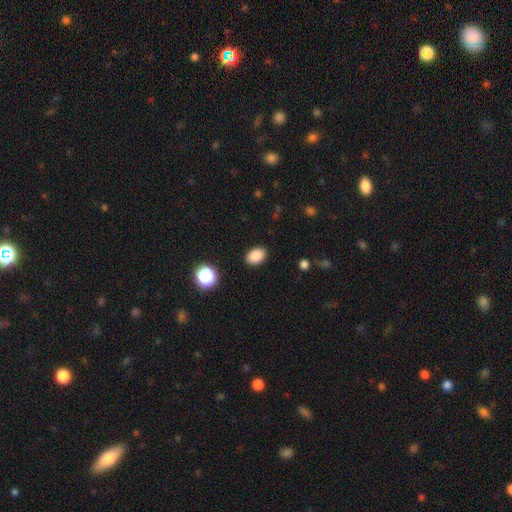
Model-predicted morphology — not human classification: smooth_or_featured: smooth (p=0.86) [alt: star or artifact p=0.10]
how_rounded: in between (p=0.83) [alt: round p=0.16]
merging: none (p=0.89) [alt: minor disturbance p=0.08]